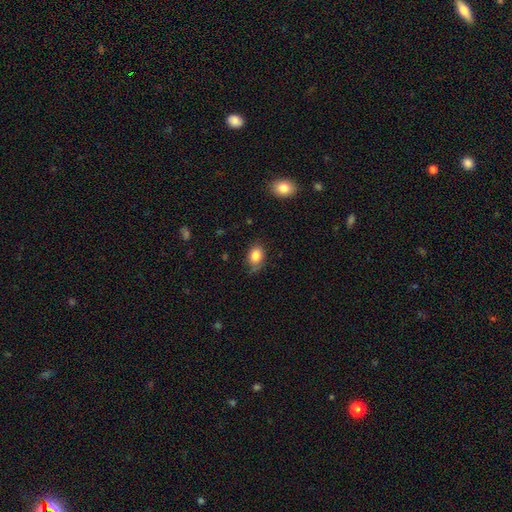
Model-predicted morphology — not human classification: smooth_or_featured: smooth (p=0.84) [alt: star or artifact p=0.09]
how_rounded: in between (p=0.70) [alt: round p=0.29]
merging: none (p=0.67) [alt: minor disturbance p=0.25]